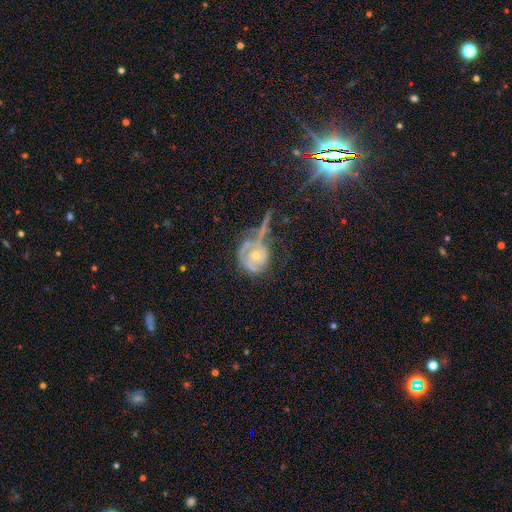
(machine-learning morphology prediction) Smooth or featured: featured or disk — 74% (smooth — 17%)
Edge-on disk: no — 96% (yes — 4%)
Bar: no — 79% (weak — 16%)
Spiral arms: yes — 79% (no — 21%)
Spiral winding: tight — 60% (medium — 29%)
Spiral arm count: 2 — 38% (can't tell — 30%)
Bulge size: small — 48% (tied with moderate — 48%)
Merging: none — 36% (major disturbance — 28%)